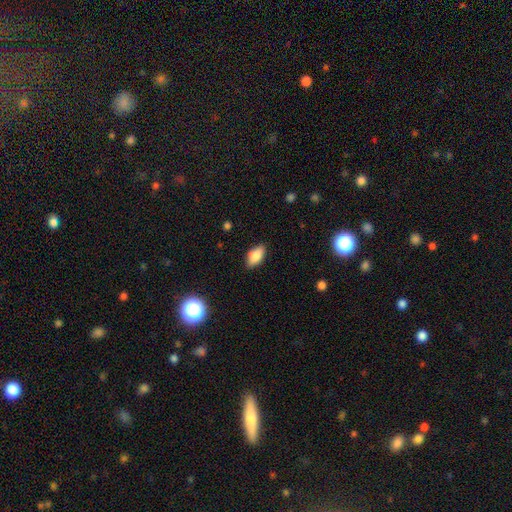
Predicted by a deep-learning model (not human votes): smooth_or_featured: smooth (p=0.83) [alt: featured or disk p=0.09]
how_rounded: in between (p=0.90) [alt: cigar-shaped p=0.06]
merging: none (p=0.85) [alt: minor disturbance p=0.12]